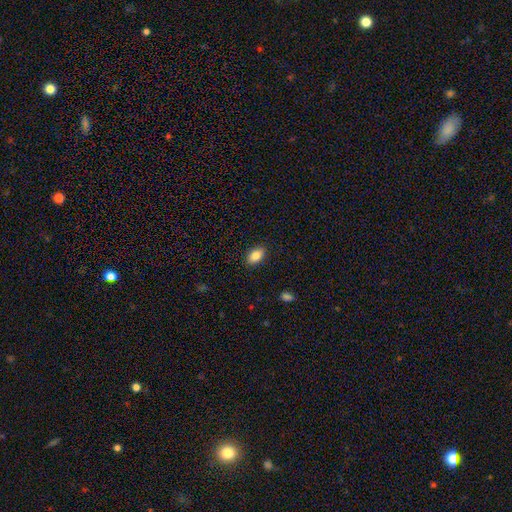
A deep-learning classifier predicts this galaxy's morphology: This is clearly a smooth galaxy (86%). How rounded: clearly in between (91%). Merging: clearly none (88%).